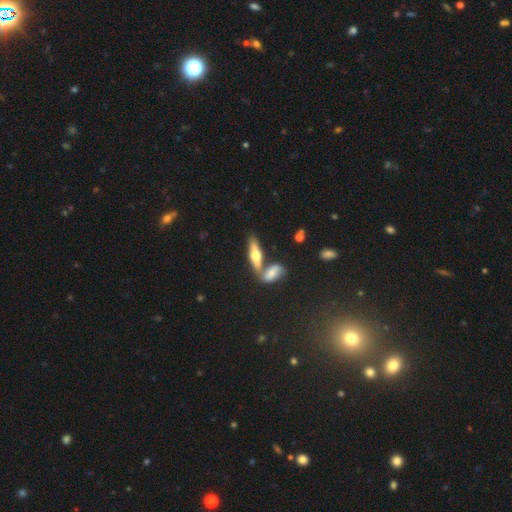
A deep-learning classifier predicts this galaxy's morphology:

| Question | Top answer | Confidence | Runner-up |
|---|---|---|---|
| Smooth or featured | featured or disk | 51% | smooth (42%) |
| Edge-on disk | yes | 87% | no (13%) |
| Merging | none | 54% | merger (33%) |